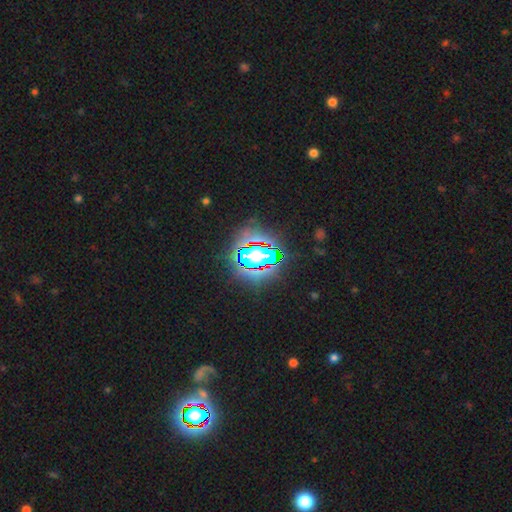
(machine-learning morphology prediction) smooth_or_featured: star or artifact (p=0.70) [alt: smooth p=0.18]